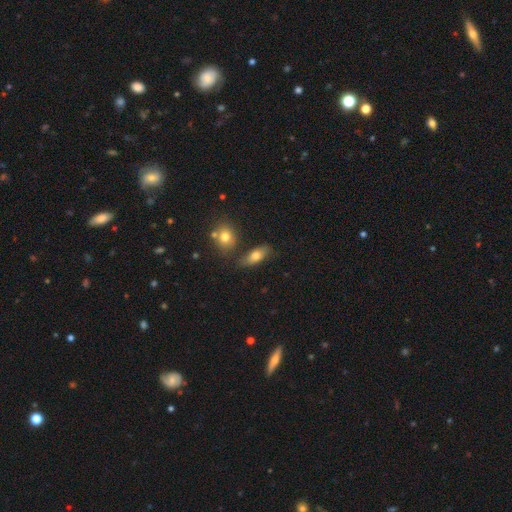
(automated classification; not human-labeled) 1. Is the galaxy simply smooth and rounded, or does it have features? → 73% smooth, 18% featured or disk, 9% star or artifact.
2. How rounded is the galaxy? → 79% in between, 15% cigar-shaped, 6% round.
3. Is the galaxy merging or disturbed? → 68% none, 16% minor disturbance, 11% merger, 5% major disturbance.